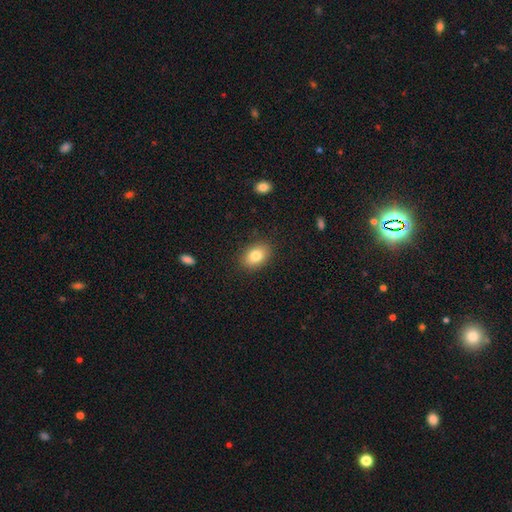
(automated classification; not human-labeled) A smooth galaxy with no disk features (82%) that is in between round and cigar-shaped (83%).

Vote fractions:
- Smooth or featured? smooth: 82% / featured or disk: 10% / star or artifact: 8%
- How rounded? in between: 83% / round: 16% / cigar-shaped: 1%
- Merging? none: 87% / minor disturbance: 9% / major disturbance: 3% / merger: 1%